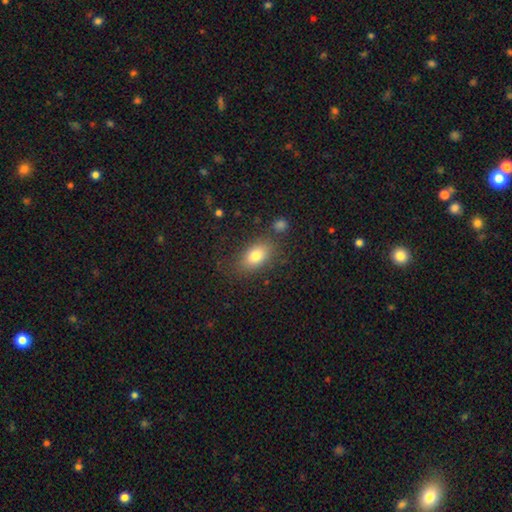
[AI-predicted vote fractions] This appears to be a smooth galaxy with no disk features (79%) that is in between round and cigar-shaped (86%). Merging: none (75%).